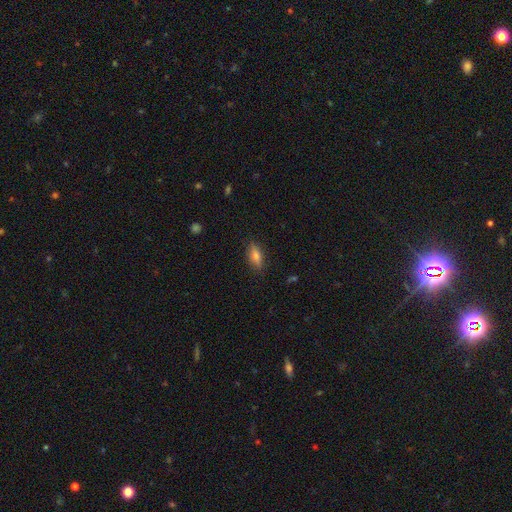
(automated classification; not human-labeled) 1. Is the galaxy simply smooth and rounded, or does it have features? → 65% smooth, 25% featured or disk, 10% star or artifact.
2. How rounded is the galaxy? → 67% in between, 29% cigar-shaped, 4% round.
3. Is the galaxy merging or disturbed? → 83% none, 13% minor disturbance, 3% major disturbance, 1% merger.